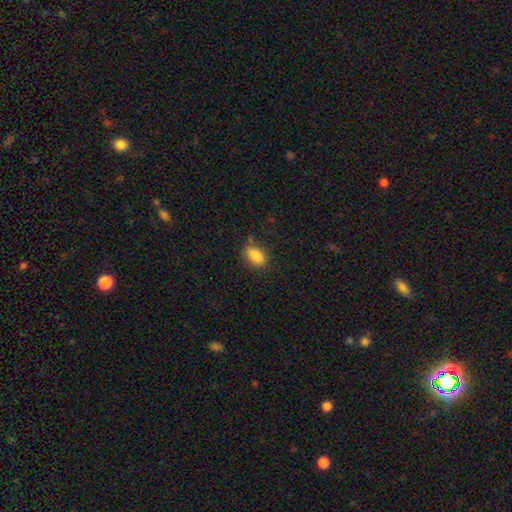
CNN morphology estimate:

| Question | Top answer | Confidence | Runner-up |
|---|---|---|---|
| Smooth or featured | smooth | 86% | star or artifact (9%) |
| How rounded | in between | 88% | round (8%) |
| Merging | none | 74% | minor disturbance (18%) |